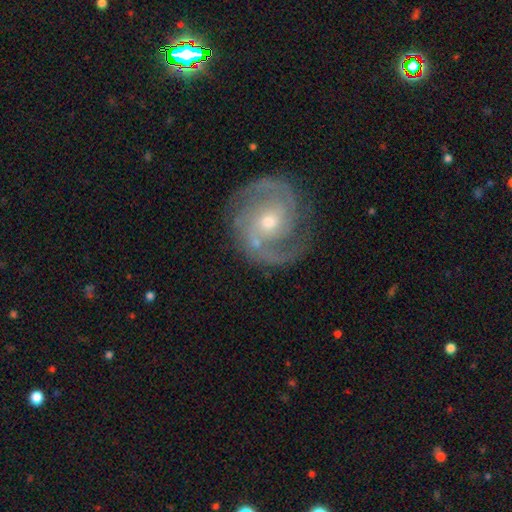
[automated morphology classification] Smooth or featured? Predicted: featured or disk (p=0.89). Edge-on disk? Predicted: no (p=0.98). Bar? Predicted: no (p=0.54). Spiral arms? Predicted: yes (p=0.98). Spiral winding? Predicted: medium (p=0.46). Spiral arm count? Predicted: 2 (p=0.82). Bulge size? Predicted: moderate (p=0.51). Merging? Predicted: none (p=0.82).